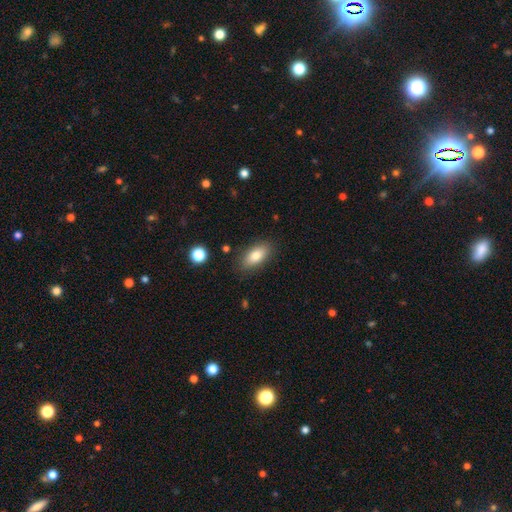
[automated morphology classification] A smooth galaxy with no disk features (80%) that is in between round and cigar-shaped (86%). Merging: none (84%).